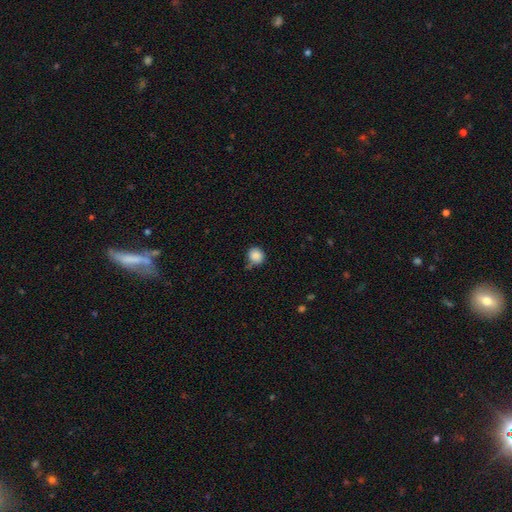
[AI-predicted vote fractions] The model was most divided on "merging": none: 69%, minor disturbance: 20%, merger: 6%, major disturbance: 5%. More confident: smooth or featured — smooth (87%); how rounded — round (83%).